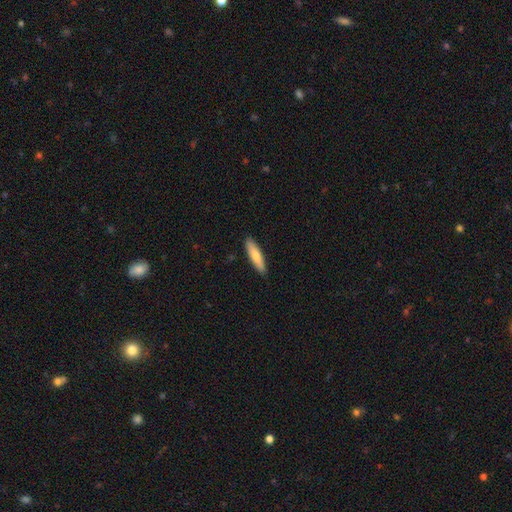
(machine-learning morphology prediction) Smooth or featured? smooth (75%)
How rounded? cigar-shaped (76%)
Merging? none (89%)